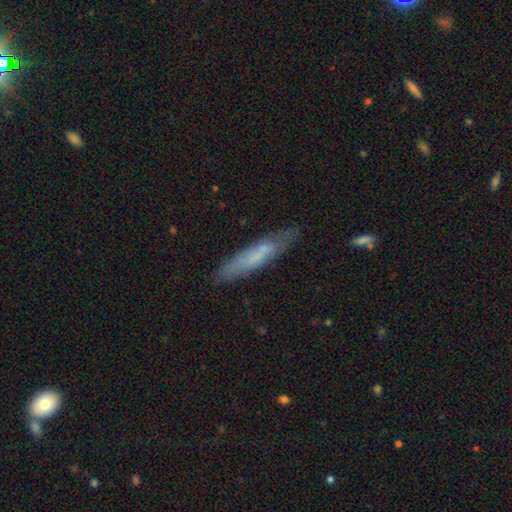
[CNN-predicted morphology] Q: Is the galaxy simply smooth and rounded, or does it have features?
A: smooth — 58%.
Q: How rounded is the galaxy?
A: cigar-shaped — 86%.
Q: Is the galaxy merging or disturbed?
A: none — 75%.